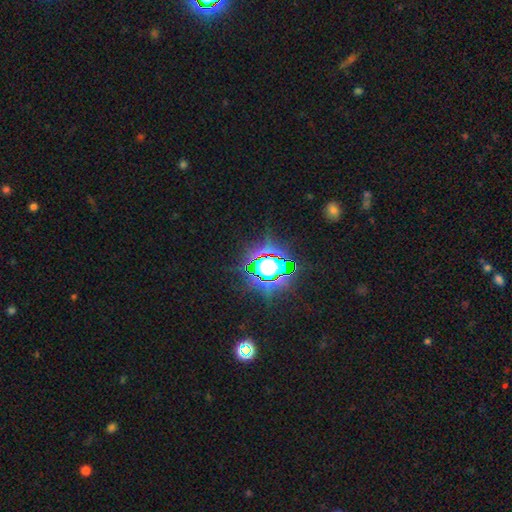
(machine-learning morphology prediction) star or artifact 83%, smooth 10%, featured or disk 6%.